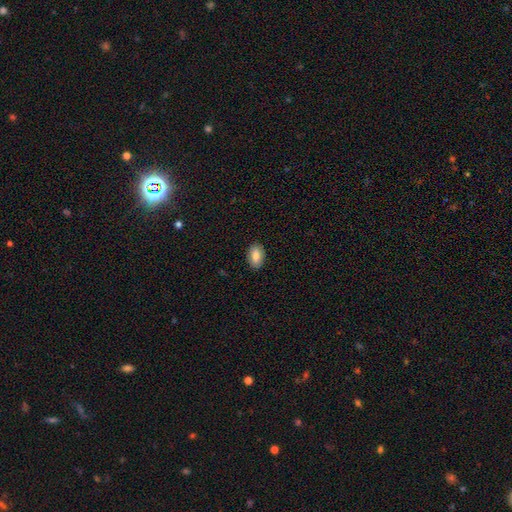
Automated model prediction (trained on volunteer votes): Smooth or featured: smooth — 82% (featured or disk — 11%)
How rounded: in between — 91% (round — 8%)
Merging: none — 89% (minor disturbance — 8%)